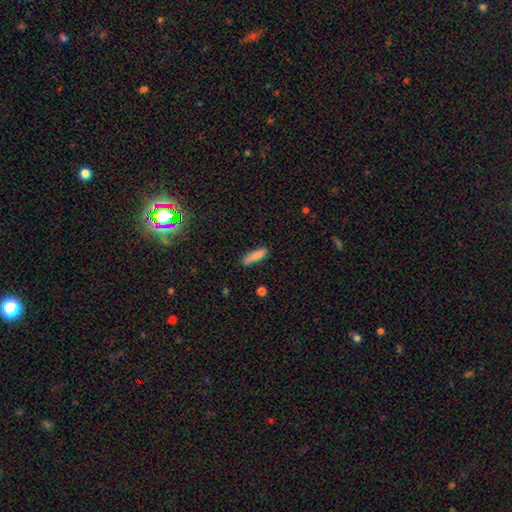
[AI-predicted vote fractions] Smooth or featured: smooth — 84% (featured or disk — 9%)
How rounded: cigar-shaped — 69% (in between — 29%)
Merging: none — 81% (minor disturbance — 14%)